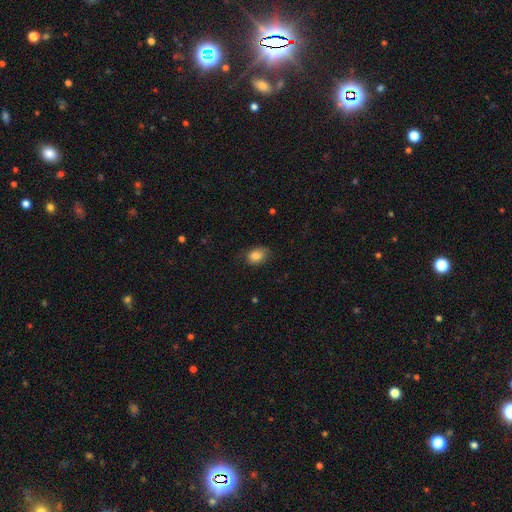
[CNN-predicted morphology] The model was most divided on "merging": none: 70%, minor disturbance: 23%, major disturbance: 5%, merger: 1%. More confident: smooth or featured — smooth (85%); how rounded — in between (78%).